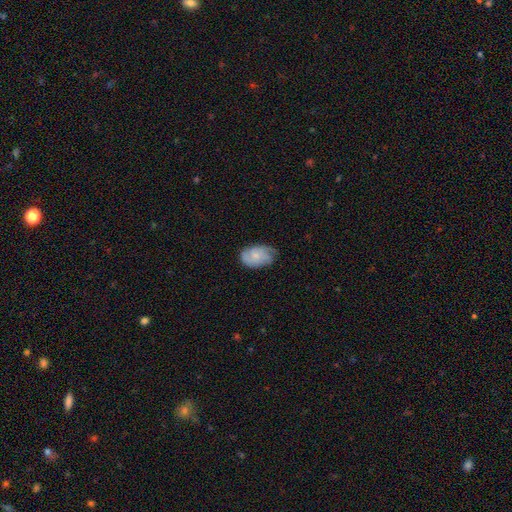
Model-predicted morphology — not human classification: Smooth or featured? Predicted: featured or disk (p=0.47). Merging? Predicted: none (p=0.61).